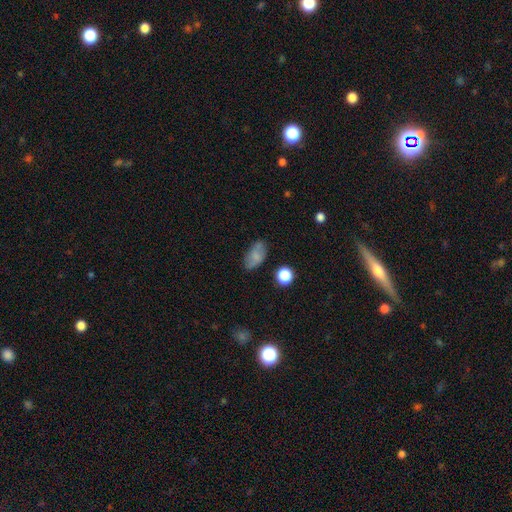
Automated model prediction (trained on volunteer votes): smooth 74%, featured or disk 16%, star or artifact 10%. Down the decision tree: how rounded — in between (90%); merging — none (72%).